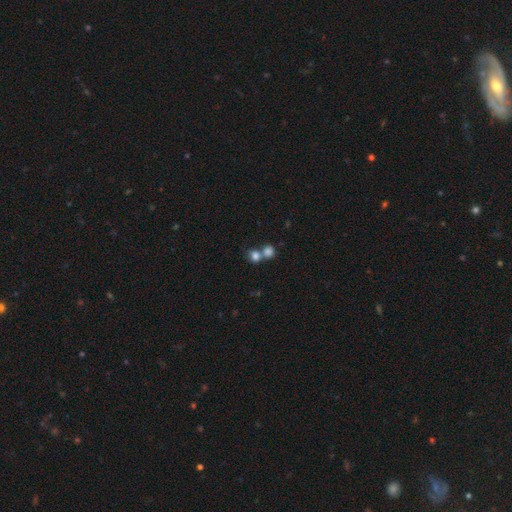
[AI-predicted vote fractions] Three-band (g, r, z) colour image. It shows a smooth galaxy with no disk features (80%) that is round (69%). Merging: merger (54%).